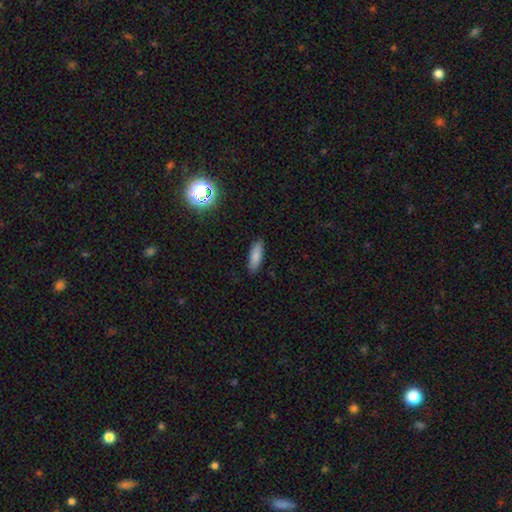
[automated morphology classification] Smooth or featured? smooth (83%)
How rounded? in between (54%)
Merging? none (87%)